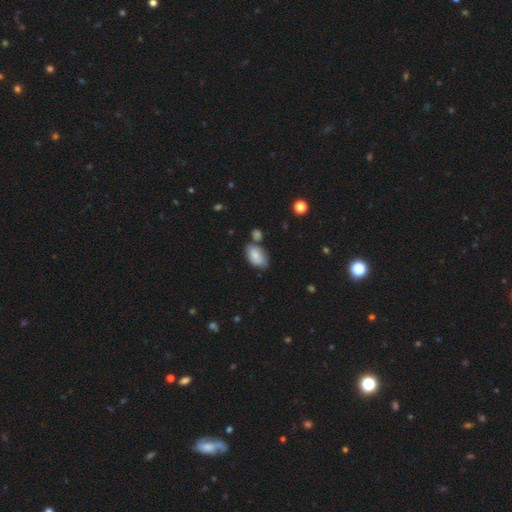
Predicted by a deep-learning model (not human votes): smooth_or_featured: smooth (p=0.75) [alt: featured or disk p=0.17]
how_rounded: in between (p=0.91) [alt: round p=0.08]
merging: none (p=0.55) [alt: minor disturbance p=0.23]